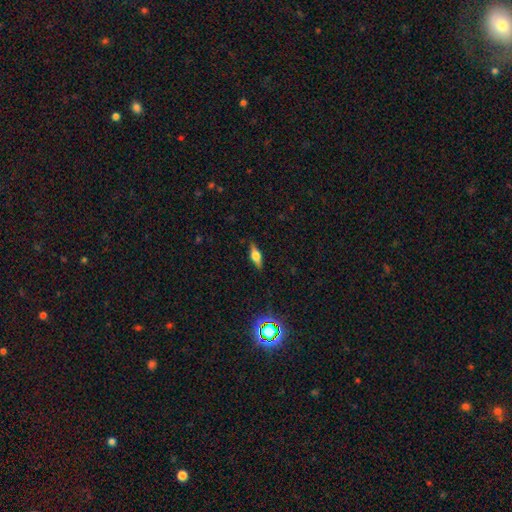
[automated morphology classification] Smooth or featured?
  - featured or disk: 52% *
  - smooth: 38%
  - star or artifact: 10%
Edge-on disk?
  - yes: 94% *
  - no: 6%
Merging?
  - none: 86% *
  - minor disturbance: 10%
  - major disturbance: 2%
  - merger: 1%